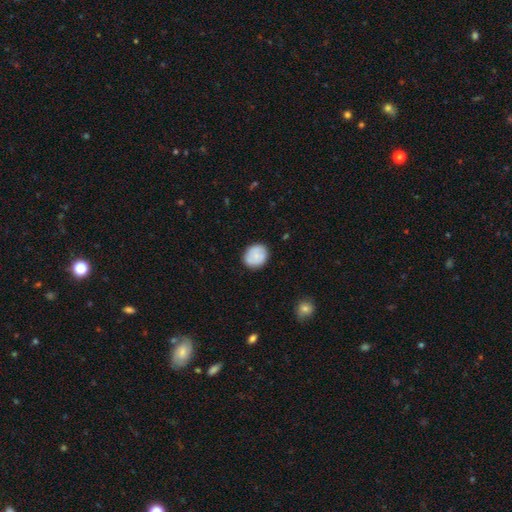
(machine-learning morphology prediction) Overall: smooth (75%). How rounded: round (70%). Merging: none (83%).